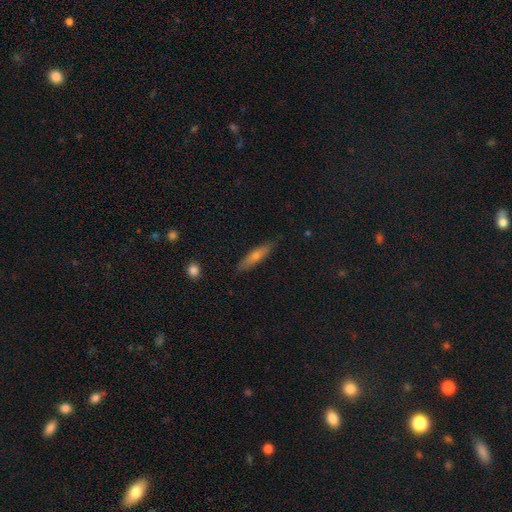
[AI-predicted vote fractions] Smooth or featured?
  - smooth: 53% *
  - featured or disk: 40%
  - star or artifact: 7%
How rounded?
  - cigar-shaped: 83% *
  - in between: 15%
  - round: 2%
Merging?
  - none: 87% *
  - minor disturbance: 10%
  - major disturbance: 2%
  - merger: 1%